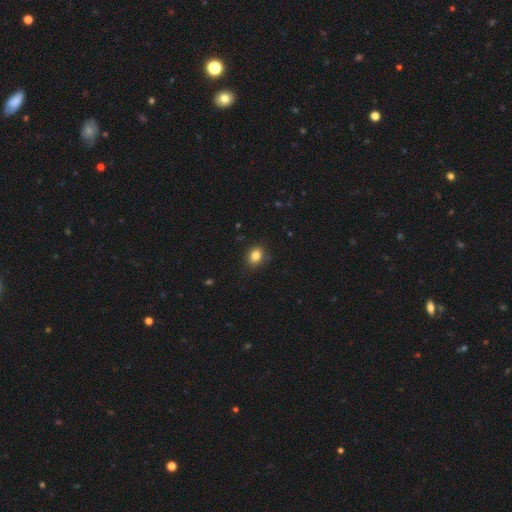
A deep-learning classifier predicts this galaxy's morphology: smooth 84%, star or artifact 10%, featured or disk 6%. Down the decision tree: how rounded — round (54%); merging — none (85%).